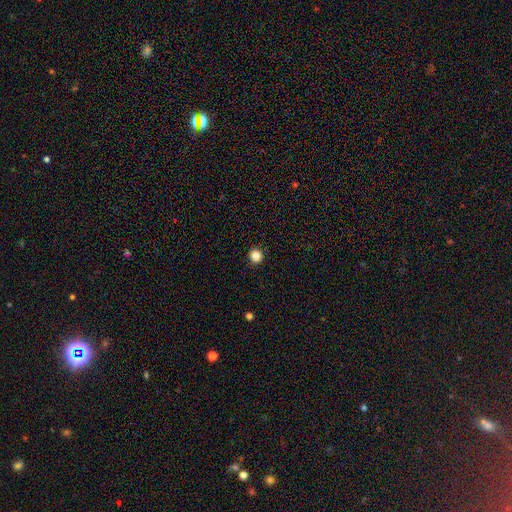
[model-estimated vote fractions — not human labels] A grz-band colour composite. It shows a smooth galaxy with no disk features (85%) that is round (94%). Merging: none (93%).